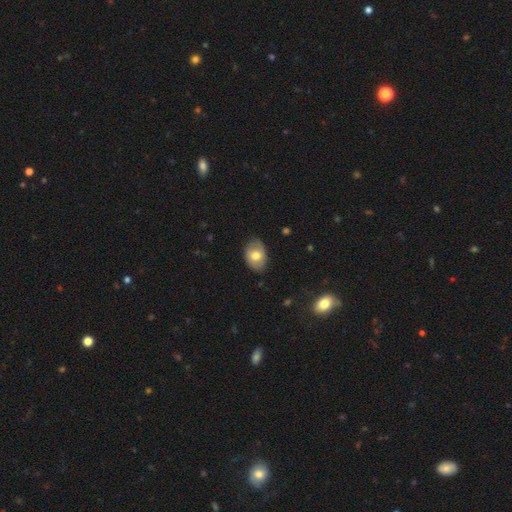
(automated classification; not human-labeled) Smooth or featured?
  - smooth: 68% *
  - featured or disk: 24%
  - star or artifact: 7%
How rounded?
  - in between: 80% *
  - round: 18%
  - cigar-shaped: 1%
Merging?
  - none: 78% *
  - minor disturbance: 18%
  - major disturbance: 3%
  - merger: 1%